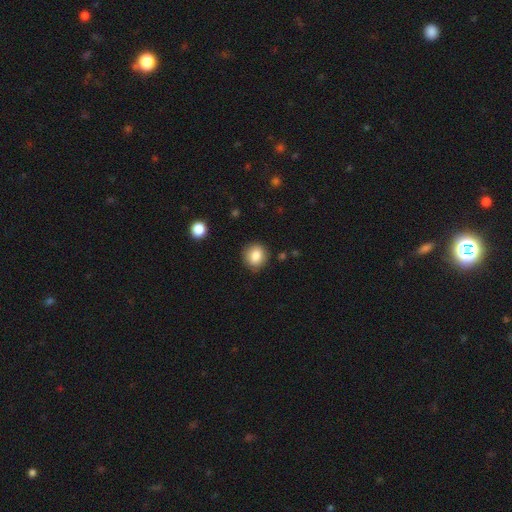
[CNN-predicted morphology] This is clearly a smooth galaxy (84%). How rounded: likely round (79%). Merging: clearly none (86%).